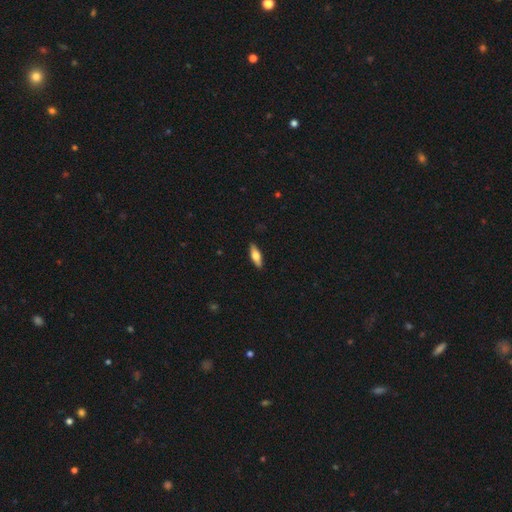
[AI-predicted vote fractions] Smooth or featured?
  - smooth: 59% *
  - featured or disk: 35%
  - star or artifact: 6%
How rounded?
  - in between: 54% *
  - cigar-shaped: 44%
  - round: 3%
Merging?
  - none: 89% *
  - minor disturbance: 8%
  - major disturbance: 2%
  - merger: 1%